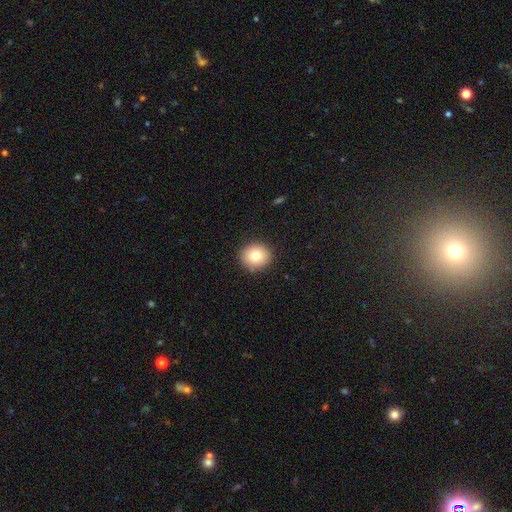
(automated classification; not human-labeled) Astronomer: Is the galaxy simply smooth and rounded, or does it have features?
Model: smooth — 78%.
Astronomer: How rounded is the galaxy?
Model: round — 87%.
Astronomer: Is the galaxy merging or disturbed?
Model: none — 90%.